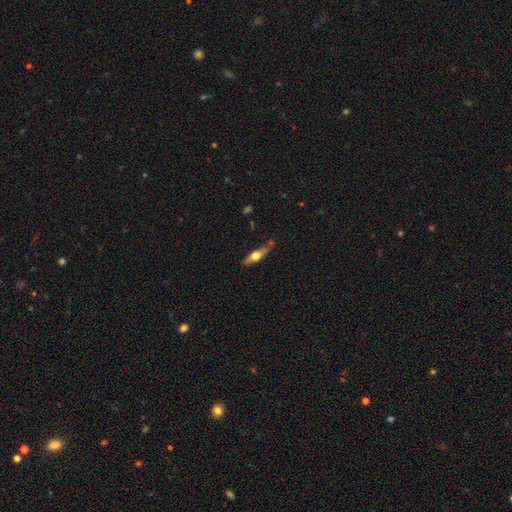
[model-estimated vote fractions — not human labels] A featured or disk galaxy (50%) viewed edge-on (90%). Merging: none (77%).